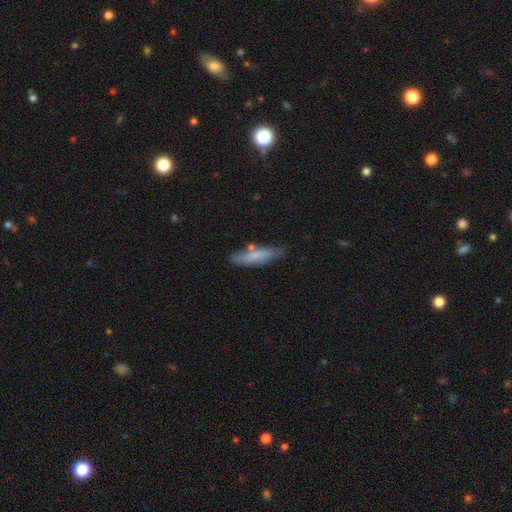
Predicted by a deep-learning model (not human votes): Q: Smooth or featured?
A: smooth (68%); runner-up: featured or disk (25%)
Q: How rounded?
A: cigar-shaped (69%); runner-up: in between (29%)
Q: Merging?
A: none (69%); runner-up: minor disturbance (21%)